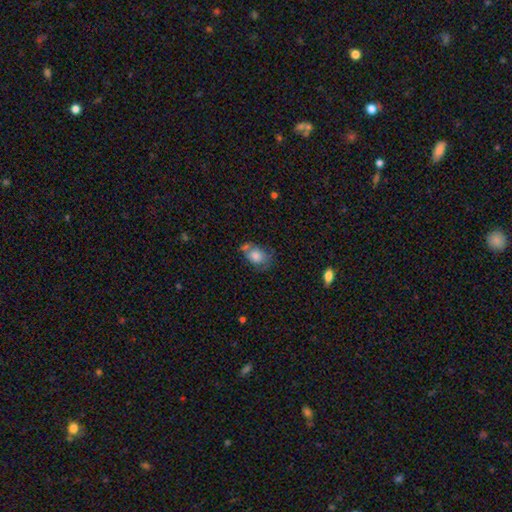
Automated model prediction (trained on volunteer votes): smooth 72%, featured or disk 19%, star or artifact 9%. Down the decision tree: how rounded — in between (73%); merging — none (45%).